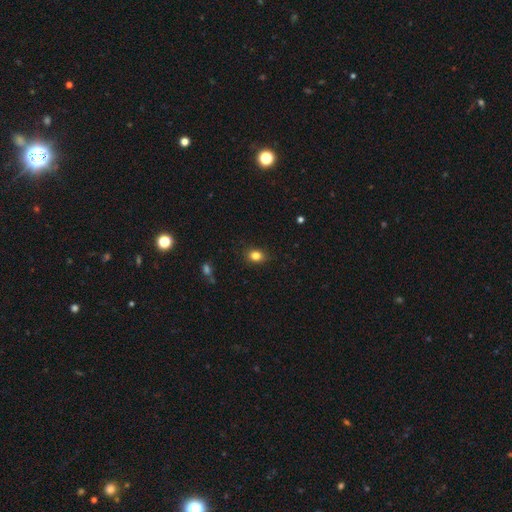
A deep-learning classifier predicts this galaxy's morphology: Smooth or featured? Predicted: smooth (p=0.83). How rounded? Predicted: in between (p=0.54). Merging? Predicted: none (p=0.85).